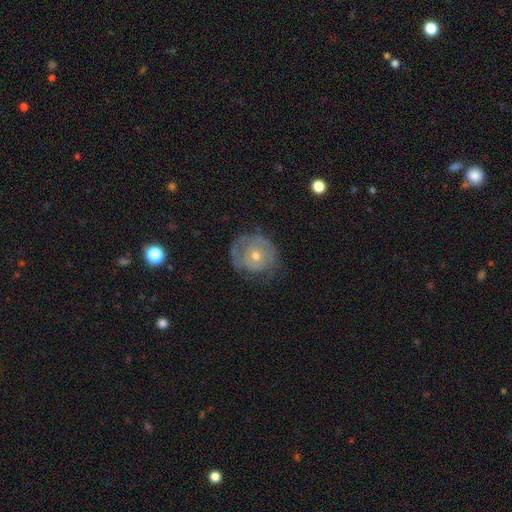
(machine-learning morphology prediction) Overall: featured or disk (63%; smooth 29%). Edge-on disk: no (97%). Bar: no (83%). Spiral arms: yes (65%; no 35%). Bulge size: small (49%; moderate 47%). Merging: none (63%).